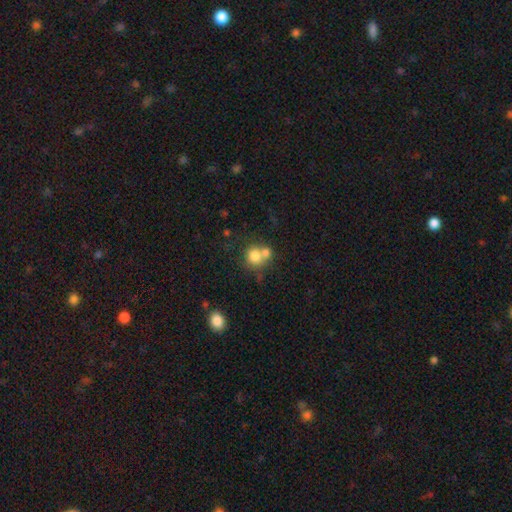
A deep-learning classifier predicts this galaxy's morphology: Overall: smooth (76%). How rounded: round (84%). Merging: merger (48%; none 40%).